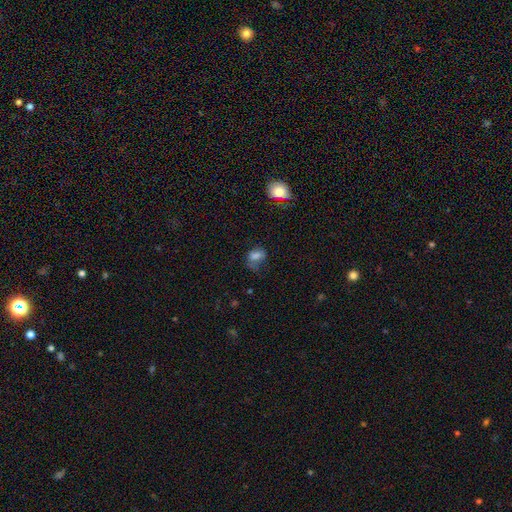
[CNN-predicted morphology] A smooth galaxy with no disk features (73%) that is in between round and cigar-shaped (76%). Merging: none (39%).